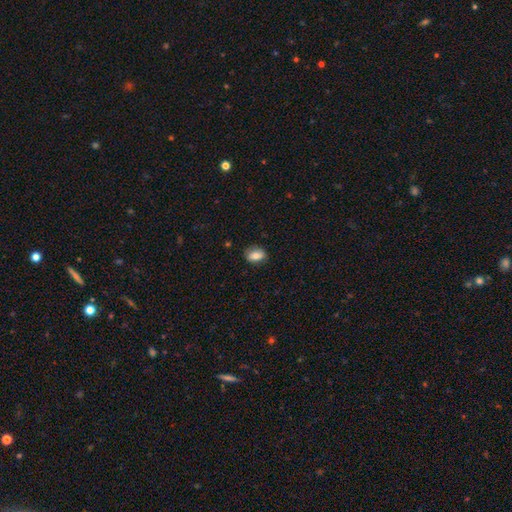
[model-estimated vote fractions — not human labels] The model was most divided on "how rounded": in between: 76%, round: 22%, cigar-shaped: 2%. More confident: merging — none (82%); smooth or featured — smooth (77%).